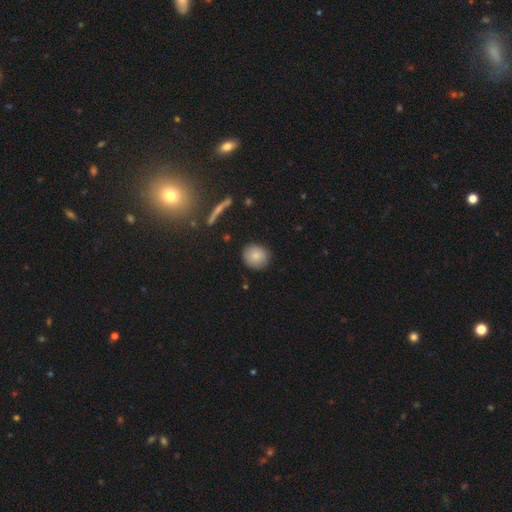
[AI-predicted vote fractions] Smooth or featured? Predicted: smooth (p=0.83). How rounded? Predicted: round (p=0.85). Merging? Predicted: none (p=0.88).